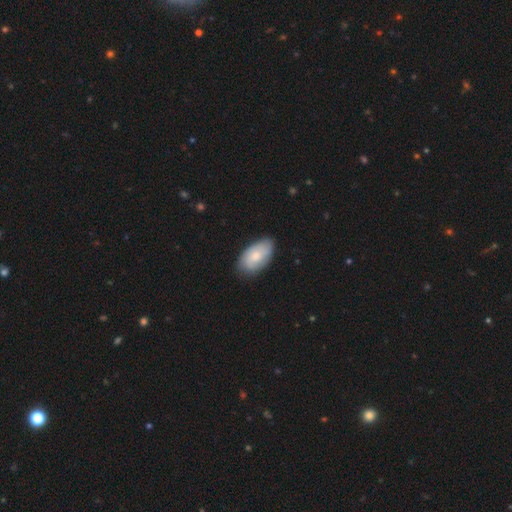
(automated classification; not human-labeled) Overall: smooth (64%; featured or disk 30%). How rounded: in between (94%). Merging: none (75%).